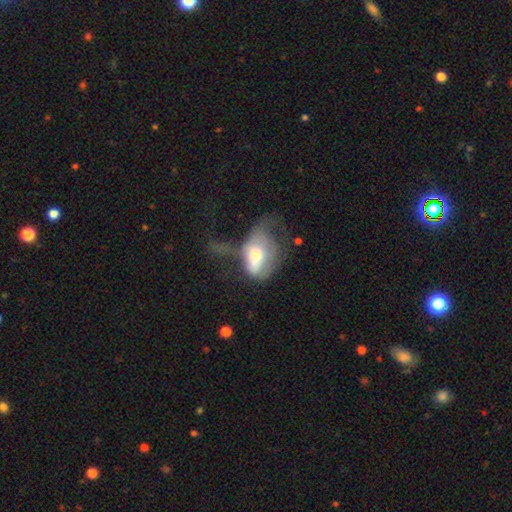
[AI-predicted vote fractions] The model was most divided on "smooth or featured": smooth: 50%, featured or disk: 41%, star or artifact: 8%. More confident: how rounded — in between (82%); merging — major disturbance (56%).